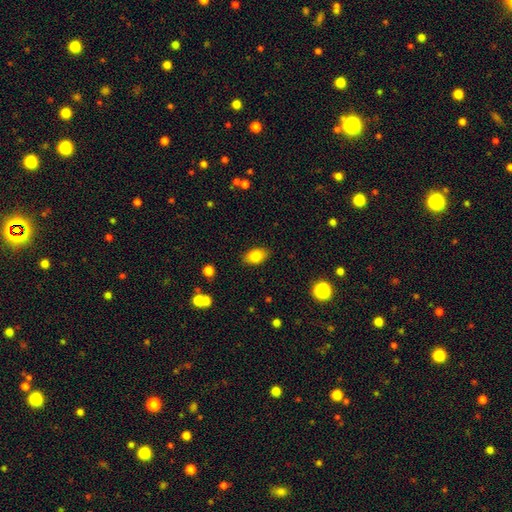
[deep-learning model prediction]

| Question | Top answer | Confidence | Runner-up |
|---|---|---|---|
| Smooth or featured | smooth | 81% | featured or disk (10%) |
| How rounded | in between | 86% | round (13%) |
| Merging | none | 86% | minor disturbance (10%) |